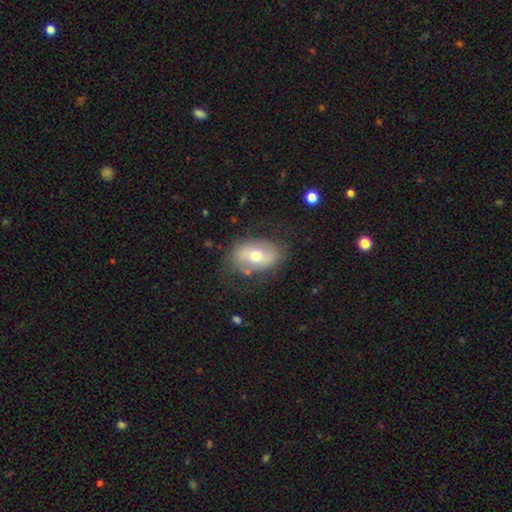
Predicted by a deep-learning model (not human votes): smooth-or-featured: smooth: 48% | featured or disk: 44% | star or artifact: 8%
  merging: none: 71% | minor disturbance: 19% | major disturbance: 8% | merger: 2%